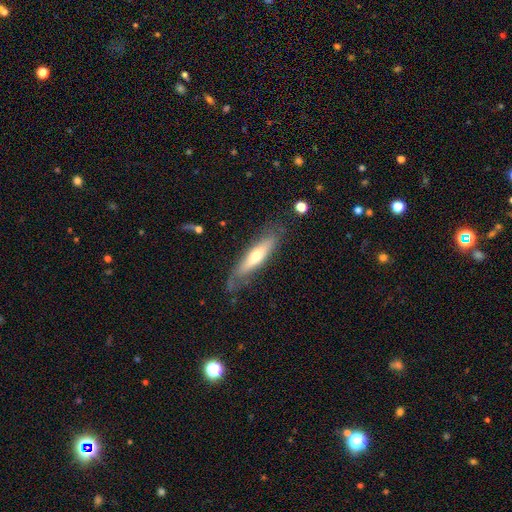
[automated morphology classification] Smooth or featured? smooth (47%, tied with featured or disk)
Merging? none (68%)